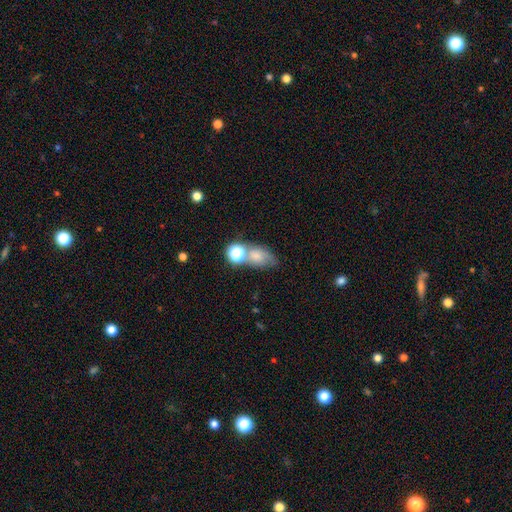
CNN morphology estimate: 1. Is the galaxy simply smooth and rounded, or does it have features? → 64% smooth, 19% featured or disk, 17% star or artifact.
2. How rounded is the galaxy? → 65% in between, 32% round, 3% cigar-shaped.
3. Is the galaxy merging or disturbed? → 38% none, 34% merger, 17% minor disturbance, 11% major disturbance.